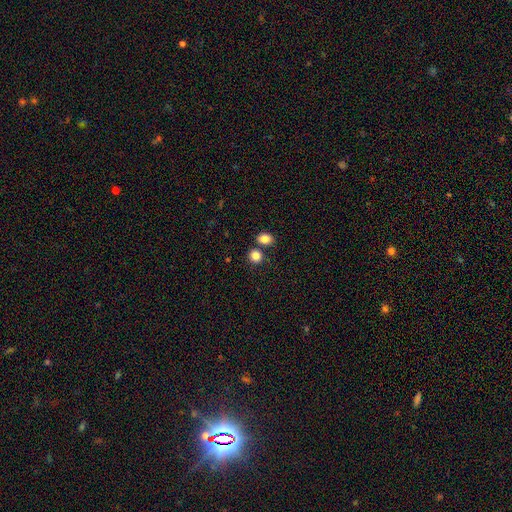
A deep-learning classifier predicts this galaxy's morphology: This is clearly a smooth galaxy (85%). How rounded: likely round (74%). Merging: likely none (69%).